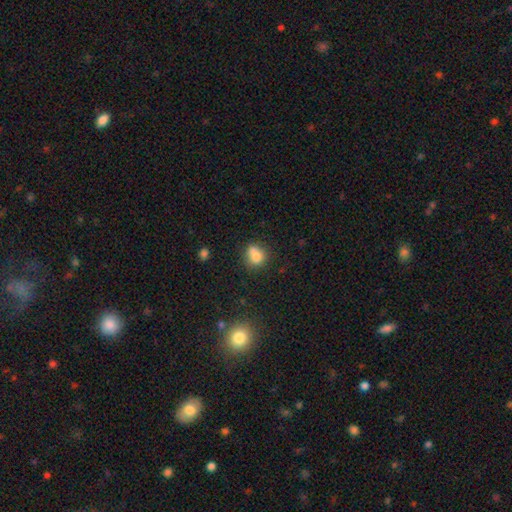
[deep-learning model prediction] Smooth or featured?
  - smooth: 75% *
  - featured or disk: 13%
  - star or artifact: 11%
How rounded?
  - round: 69% *
  - in between: 30%
  - cigar-shaped: 1%
Merging?
  - none: 43% *
  - merger: 35%
  - minor disturbance: 16%
  - major disturbance: 6%